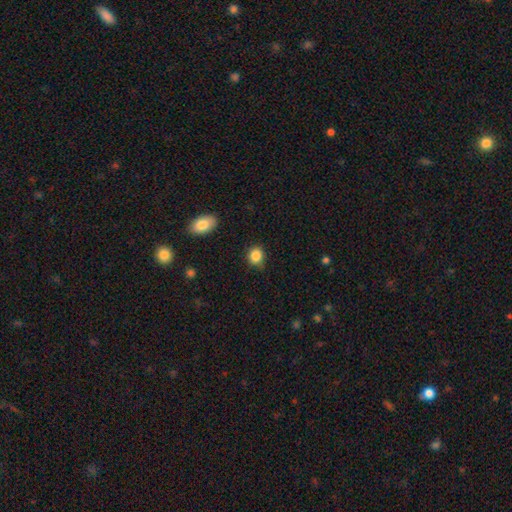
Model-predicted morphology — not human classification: A smooth galaxy with no disk features (87%) that is round (72%).

Vote fractions:
- Smooth or featured? smooth: 87% / star or artifact: 9% / featured or disk: 4%
- How rounded? round: 72% / in between: 27% / cigar-shaped: 1%
- Merging? none: 81% / minor disturbance: 14% / major disturbance: 3% / merger: 2%